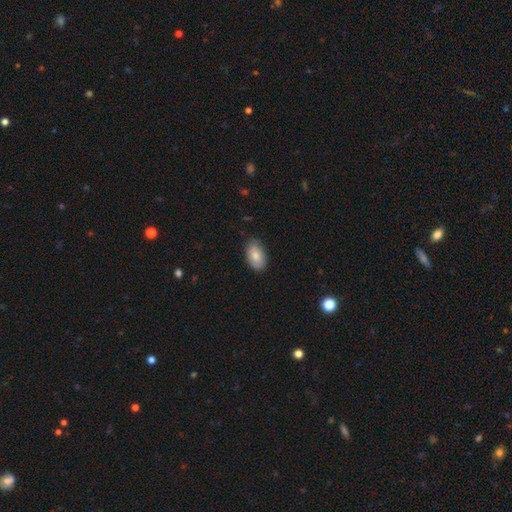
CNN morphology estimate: This is likely a smooth galaxy (79%). How rounded: clearly in between (92%). Merging: likely none (79%).